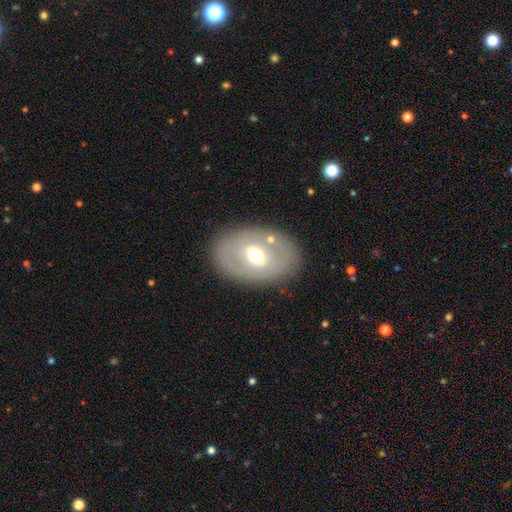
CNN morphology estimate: featured or disk 53%, smooth 40%, star or artifact 7%. Down the decision tree: edge-on disk — no (90%); merging — none (80%).